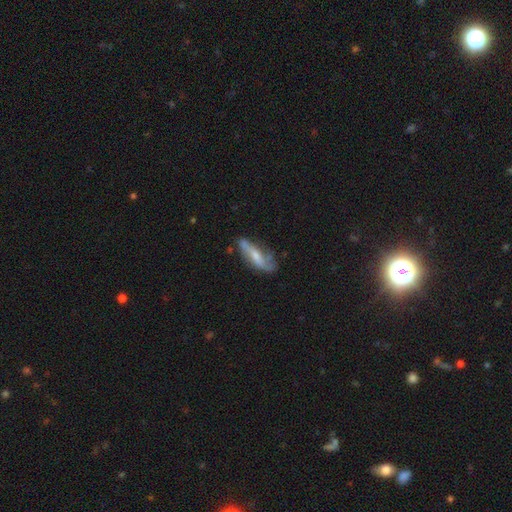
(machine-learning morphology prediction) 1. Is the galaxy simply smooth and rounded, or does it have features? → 60% featured or disk, 33% smooth, 7% star or artifact.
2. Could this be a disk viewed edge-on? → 66% no, 34% yes.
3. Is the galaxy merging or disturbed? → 58% none, 27% minor disturbance, 10% major disturbance, 5% merger.